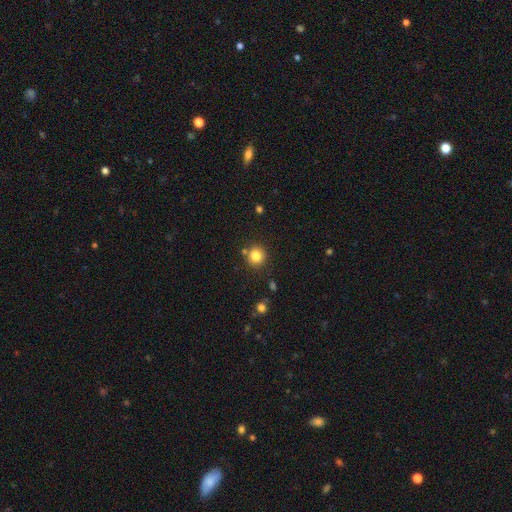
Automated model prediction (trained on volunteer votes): smooth_or_featured: smooth (p=0.82) [alt: star or artifact p=0.12]
how_rounded: round (p=0.92) [alt: in between p=0.07]
merging: none (p=0.82) [alt: minor disturbance p=0.08]